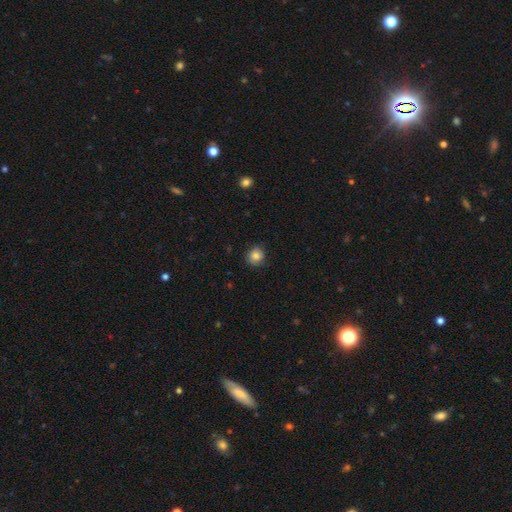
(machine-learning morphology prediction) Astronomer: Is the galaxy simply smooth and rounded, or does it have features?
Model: smooth — 84%.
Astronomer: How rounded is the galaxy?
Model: round — 87%.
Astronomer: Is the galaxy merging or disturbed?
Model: none — 86%.